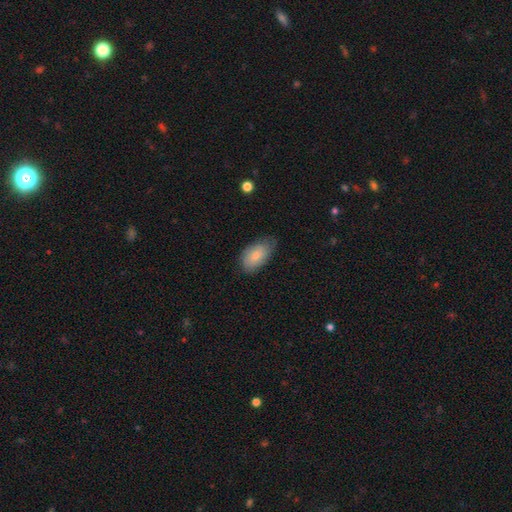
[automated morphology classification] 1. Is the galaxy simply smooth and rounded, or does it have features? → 76% smooth, 17% featured or disk, 6% star or artifact.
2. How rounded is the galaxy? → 93% in between, 5% round, 2% cigar-shaped.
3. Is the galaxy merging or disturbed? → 67% none, 27% minor disturbance, 5% major disturbance, 1% merger.